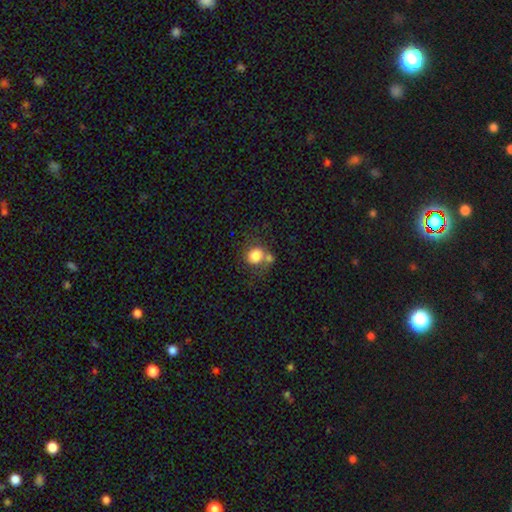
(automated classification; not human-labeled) A smooth galaxy with no disk features (81%) that is round (79%). Merging: none (49%).